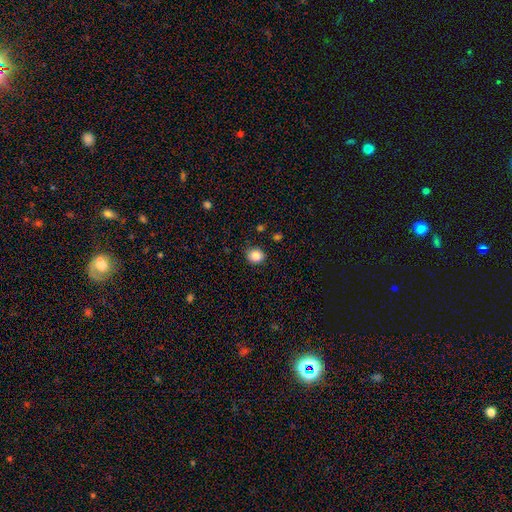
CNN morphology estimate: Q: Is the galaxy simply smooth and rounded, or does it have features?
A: smooth — 86%.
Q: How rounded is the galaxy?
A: round — 83%.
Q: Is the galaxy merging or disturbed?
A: none — 86%.